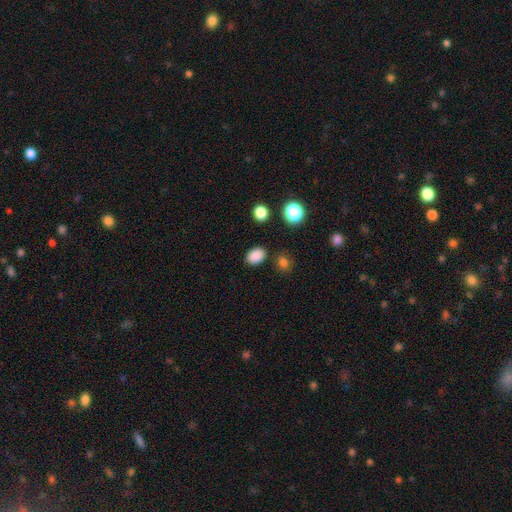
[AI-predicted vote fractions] Morphology: type=smooth (86%); roundness=in between (76%); merging=none (85%).